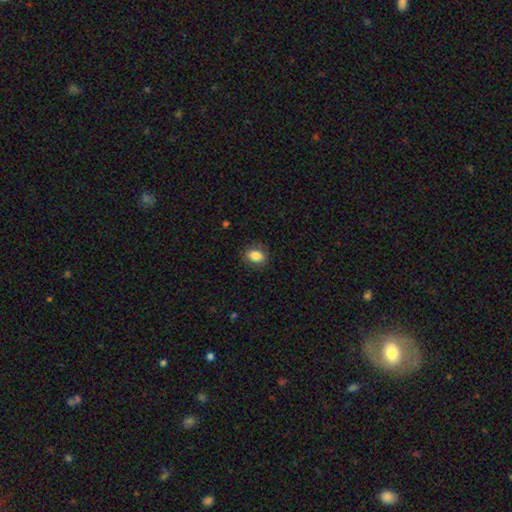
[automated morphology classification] This is clearly a smooth galaxy (85%). How rounded: likely in between (73%). Merging: clearly none (86%).